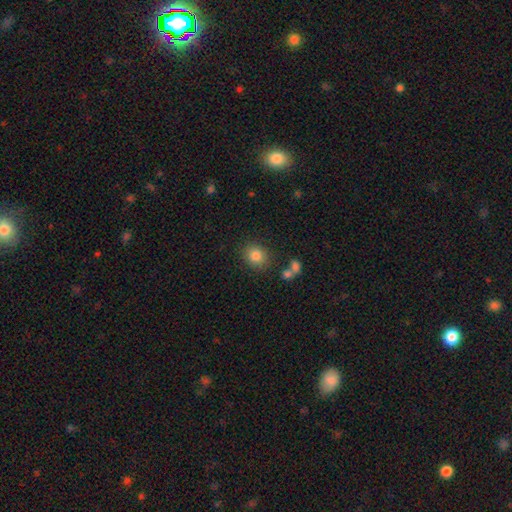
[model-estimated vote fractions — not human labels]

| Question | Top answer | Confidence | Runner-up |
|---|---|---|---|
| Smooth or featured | smooth | 84% | star or artifact (10%) |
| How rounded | round | 72% | in between (27%) |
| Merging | none | 80% | minor disturbance (11%) |